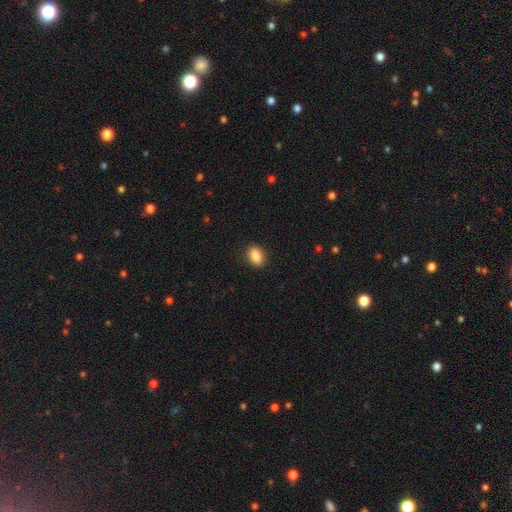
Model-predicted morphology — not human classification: Overall: smooth (88%). How rounded: in between (84%). Merging: none (89%).